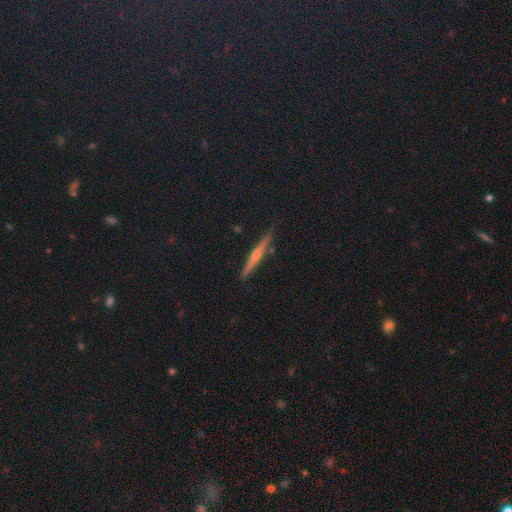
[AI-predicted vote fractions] featured or disk 68%, smooth 24%, star or artifact 9%. Down the decision tree: edge-on disk — yes (97%); edge-on bulge — rounded (77%); merging — none (89%).